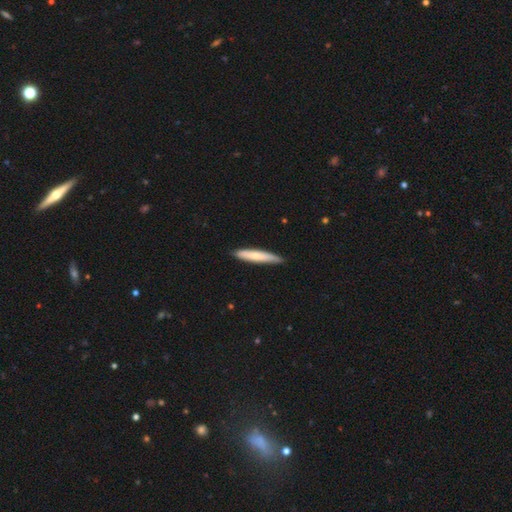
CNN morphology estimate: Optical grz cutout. It shows a smooth galaxy with no disk features (70%) that is cigar-shaped (92%). Merging: none (84%).